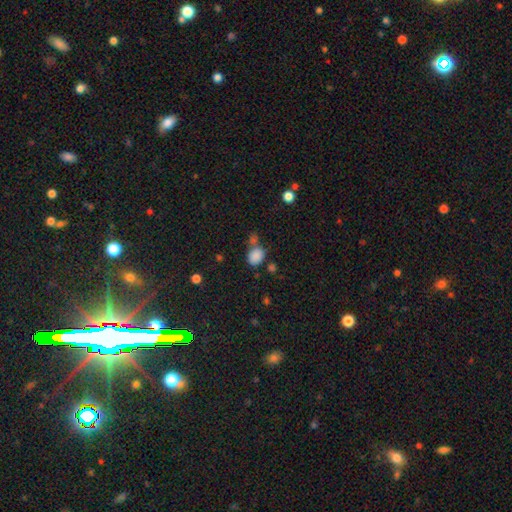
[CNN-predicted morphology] This appears to be a smooth galaxy with no disk features (84%) that is in between round and cigar-shaped (63%). Merging: none (53%).